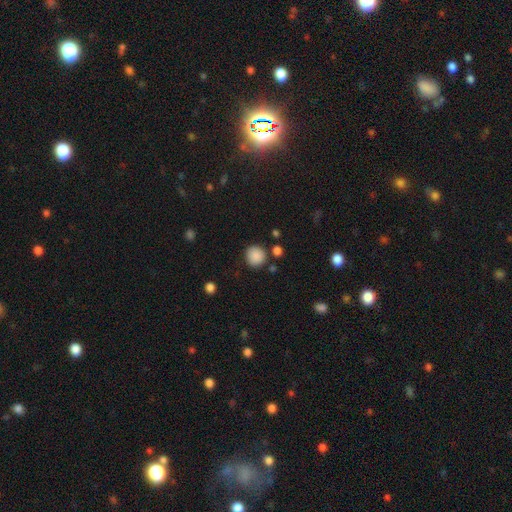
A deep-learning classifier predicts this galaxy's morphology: smooth 87%, star or artifact 9%, featured or disk 3%. Down the decision tree: how rounded — round (92%); merging — none (84%).